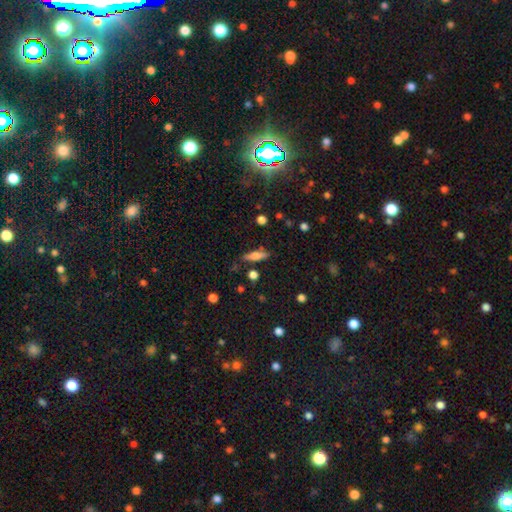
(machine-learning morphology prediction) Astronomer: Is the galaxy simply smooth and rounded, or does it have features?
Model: smooth — 66%.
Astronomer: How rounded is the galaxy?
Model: cigar-shaped — 64%.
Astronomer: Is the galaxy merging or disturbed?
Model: none — 77%.